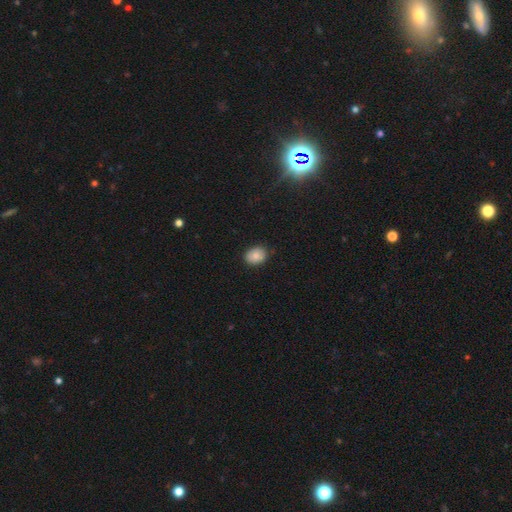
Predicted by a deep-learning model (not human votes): Morphology: type=smooth (83%); roundness=in between (55%); merging=none (84%).